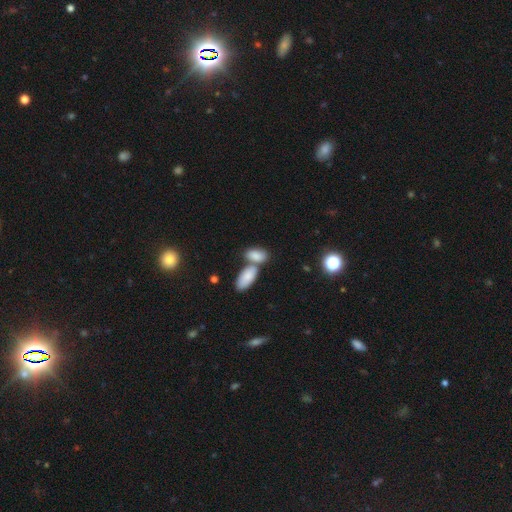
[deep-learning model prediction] Morphology: type=smooth (82%); roundness=in between (90%); merging=merger (49%).